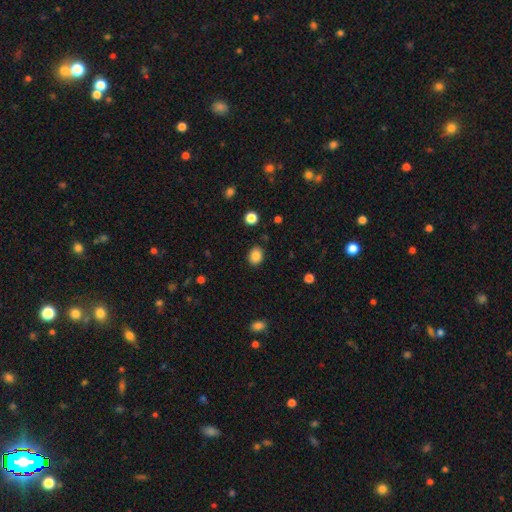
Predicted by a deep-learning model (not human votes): smooth-or-featured: smooth: 86% | star or artifact: 10% | featured or disk: 5%
  how-rounded: in between: 52% | round: 47% | cigar-shaped: 1%
  merging: none: 87% | minor disturbance: 9% | major disturbance: 2% | merger: 2%